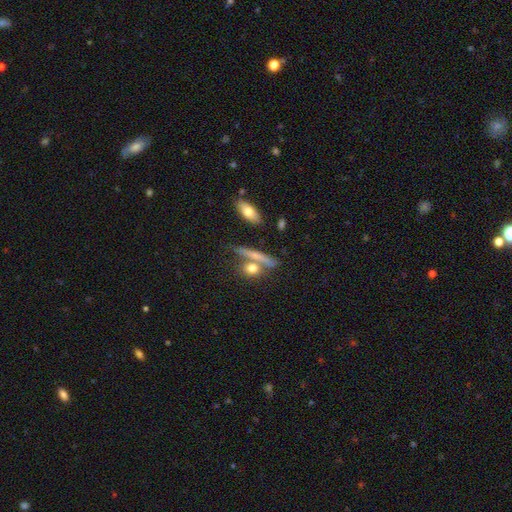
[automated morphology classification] smooth-or-featured: smooth: 63% | featured or disk: 27% | star or artifact: 10%
  how-rounded: cigar-shaped: 49% | round: 26% | in between: 26%
  merging: none: 57% | merger: 25% | minor disturbance: 12% | major disturbance: 6%